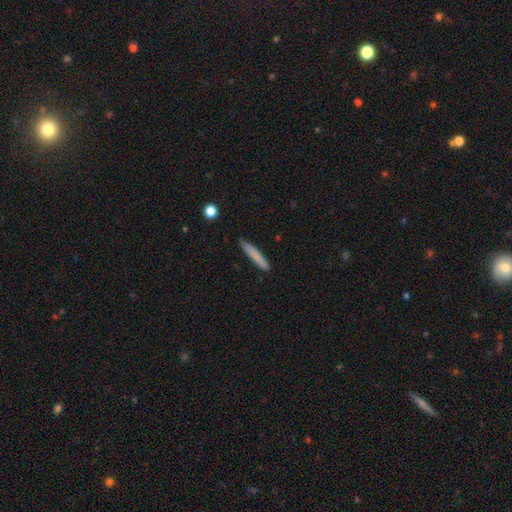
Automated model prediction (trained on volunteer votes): Smooth or featured? smooth (77%)
How rounded? cigar-shaped (94%)
Merging? none (84%)